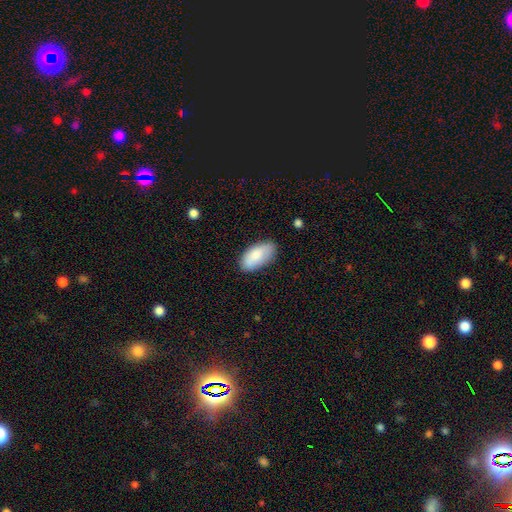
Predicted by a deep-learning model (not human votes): This appears to be a smooth galaxy with no disk features (82%) that is in between round and cigar-shaped (94%). Merging: none (77%).